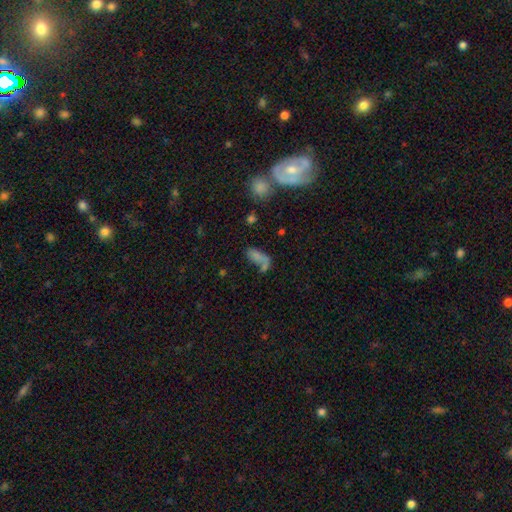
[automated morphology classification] A smooth galaxy with no disk features (56%) that is in between round and cigar-shaped (79%). Merging: none (35%).